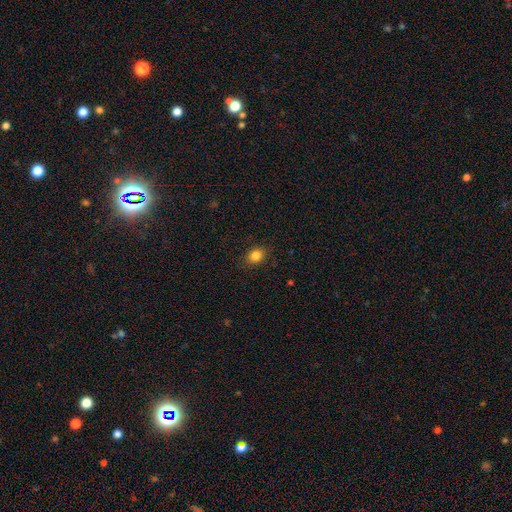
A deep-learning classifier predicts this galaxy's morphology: This appears to be a smooth galaxy with no disk features (84%) that is in between round and cigar-shaped (51%). Merging: none (87%).